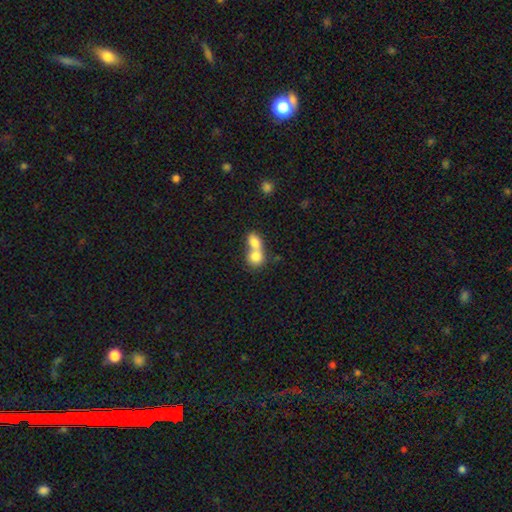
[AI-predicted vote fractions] This is likely a smooth galaxy (79%). How rounded: likely round (64%). Merging: likely merger (75%).